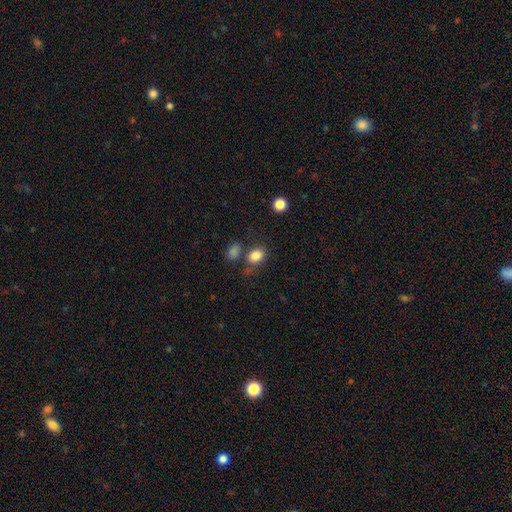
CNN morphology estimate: Q: Smooth or featured?
A: smooth (84%); runner-up: star or artifact (11%)
Q: How rounded?
A: in between (62%); runner-up: round (36%)
Q: Merging?
A: none (68%); runner-up: minor disturbance (14%)